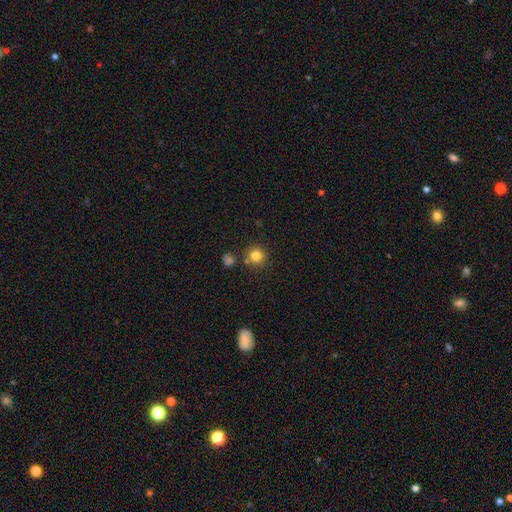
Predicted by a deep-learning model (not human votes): Smooth or featured?
  - smooth: 81% *
  - star or artifact: 13%
  - featured or disk: 6%
How rounded?
  - round: 93% *
  - in between: 6%
  - cigar-shaped: 1%
Merging?
  - none: 78% *
  - merger: 10%
  - minor disturbance: 9%
  - major disturbance: 3%